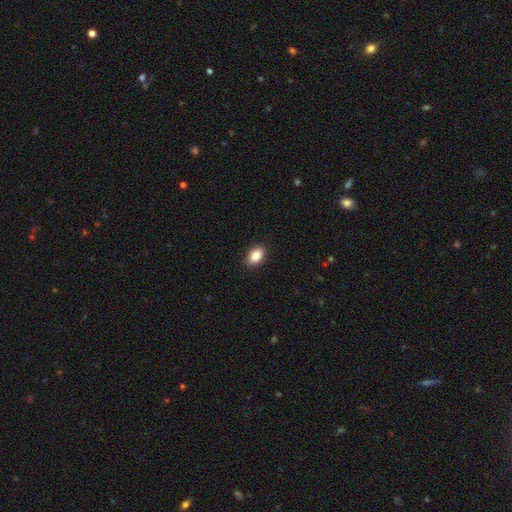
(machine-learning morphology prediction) Smooth or featured: smooth — 87% (star or artifact — 8%)
How rounded: in between — 90% (round — 8%)
Merging: none — 90% (minor disturbance — 7%)